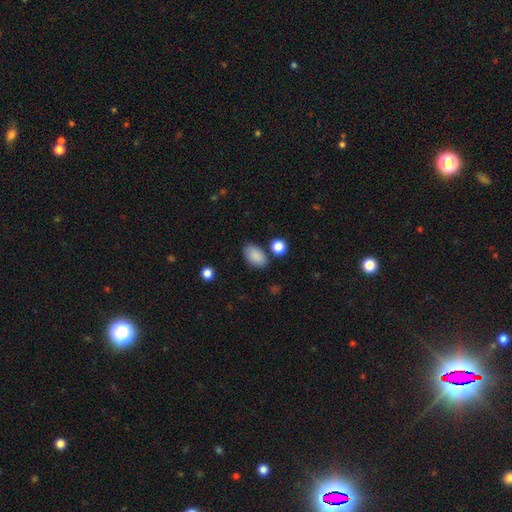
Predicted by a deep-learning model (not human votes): Smooth or featured: smooth — 88% (star or artifact — 7%)
How rounded: in between — 92% (round — 7%)
Merging: none — 78% (minor disturbance — 13%)